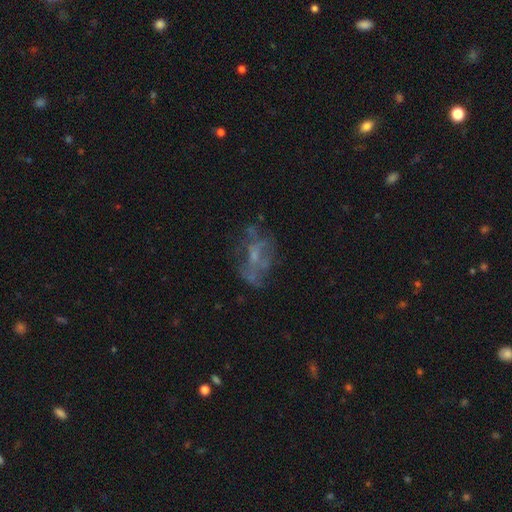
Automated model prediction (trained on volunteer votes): A featured or disk galaxy (57%) with no bar (77%), no spiral arms (77%) and a small central bulge (43%).

Vote fractions:
- Smooth or featured? featured or disk: 57% / smooth: 26% / star or artifact: 17%
- Edge-on disk? no: 96% / yes: 4%
- Bar? no: 77% / weak: 19% / strong: 4%
- Spiral arms? no: 77% / yes: 23%
- Bulge size? small: 43% / none: 33% / moderate: 21% / large: 2% / dominant: 1%
- Merging? none: 51% / major disturbance: 25% / minor disturbance: 19% / merger: 6%